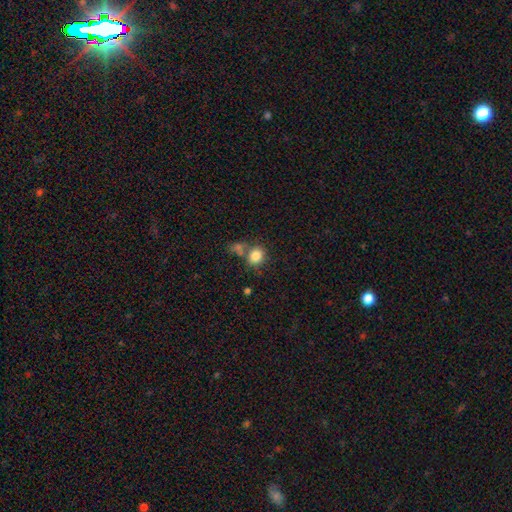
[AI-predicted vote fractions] This is clearly a smooth galaxy (82%). How rounded: likely round (69%). Merging: possibly none (57%).